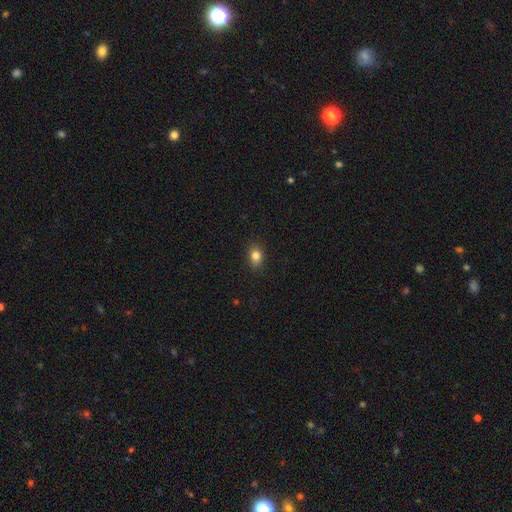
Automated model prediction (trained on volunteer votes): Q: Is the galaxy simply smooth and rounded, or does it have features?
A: smooth — 82%.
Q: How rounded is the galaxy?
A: in between — 58%.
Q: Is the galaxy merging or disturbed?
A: none — 86%.